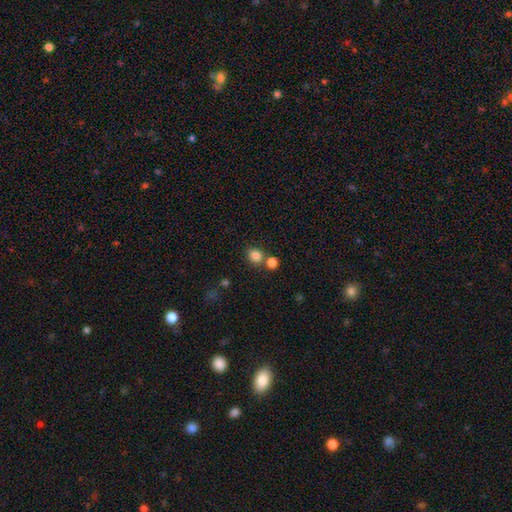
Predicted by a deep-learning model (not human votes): smooth_or_featured: smooth (p=0.82) [alt: star or artifact p=0.12]
how_rounded: round (p=0.77) [alt: in between p=0.22]
merging: none (p=0.65) [alt: merger p=0.24]